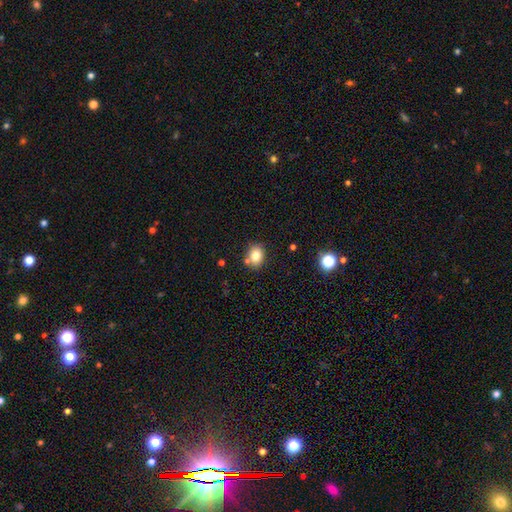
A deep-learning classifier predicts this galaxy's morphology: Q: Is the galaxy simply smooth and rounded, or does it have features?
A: smooth — 78%.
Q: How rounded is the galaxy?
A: round — 50%.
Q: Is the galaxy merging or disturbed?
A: none — 73%.